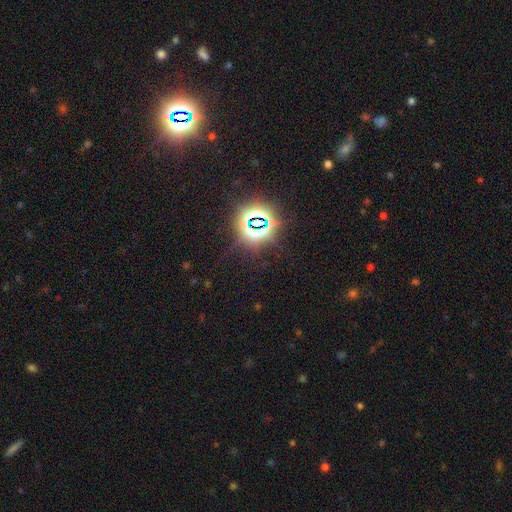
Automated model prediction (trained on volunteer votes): A star or artifact, not a galaxy (80%).